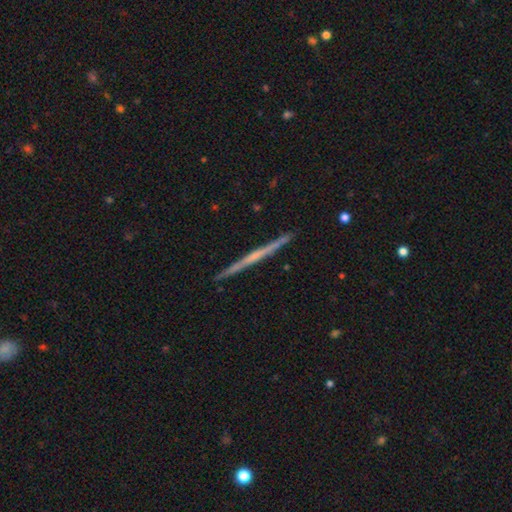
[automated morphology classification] The model was most divided on "smooth or featured": featured or disk: 66%, smooth: 29%, star or artifact: 6%. More confident: edge-on disk — yes (98%); merging — none (92%); edge-on bulge — none (78%).